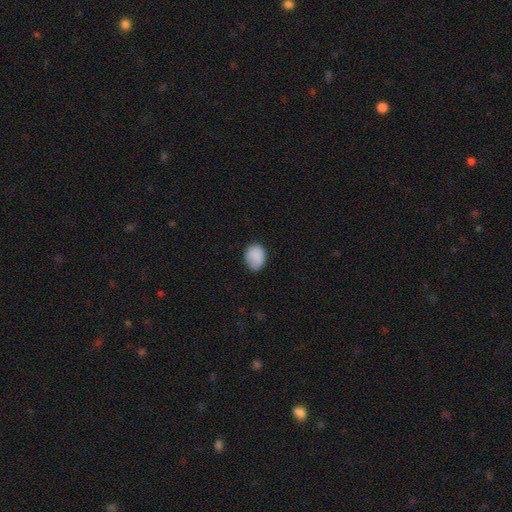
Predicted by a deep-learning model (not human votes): Smooth or featured? smooth (88%)
How rounded? in between (53%)
Merging? none (74%)